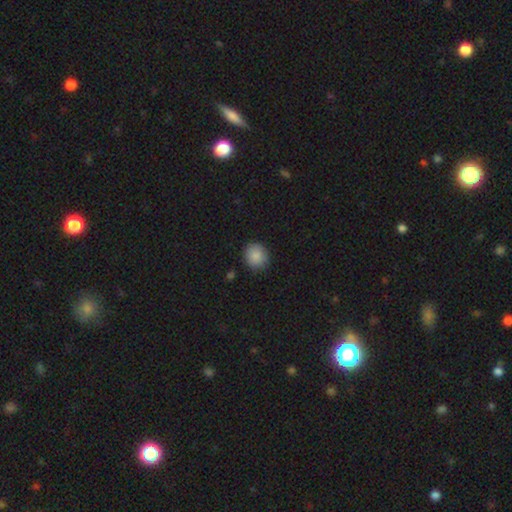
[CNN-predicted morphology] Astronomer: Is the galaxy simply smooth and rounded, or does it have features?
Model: smooth — 88%.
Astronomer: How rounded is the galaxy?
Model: round — 86%.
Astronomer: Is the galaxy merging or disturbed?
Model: none — 87%.